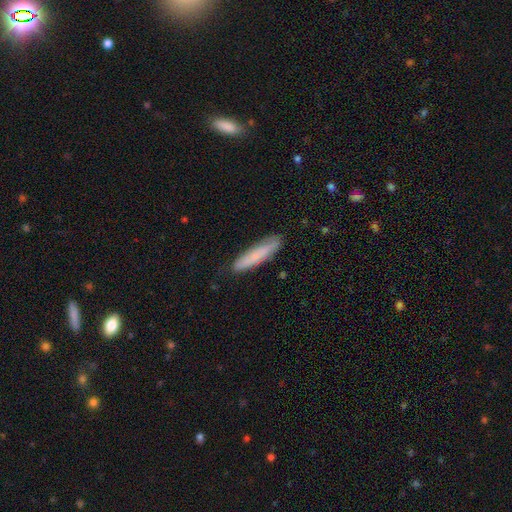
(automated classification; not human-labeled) Q: Smooth or featured?
A: smooth (73%); runner-up: featured or disk (21%)
Q: How rounded?
A: cigar-shaped (87%); runner-up: in between (12%)
Q: Merging?
A: none (84%); runner-up: minor disturbance (12%)